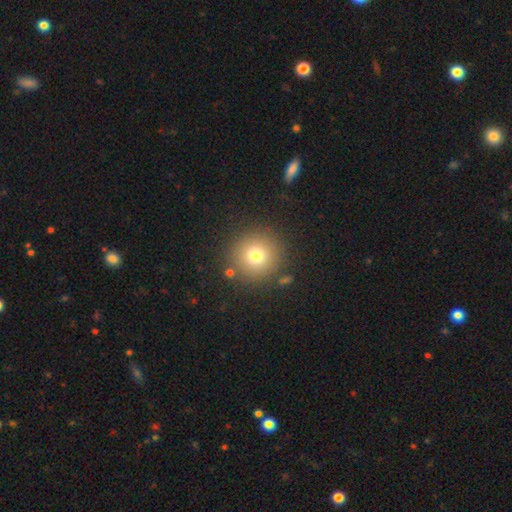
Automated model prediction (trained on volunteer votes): This is likely a smooth galaxy (76%). How rounded: clearly round (94%). Merging: clearly none (86%).